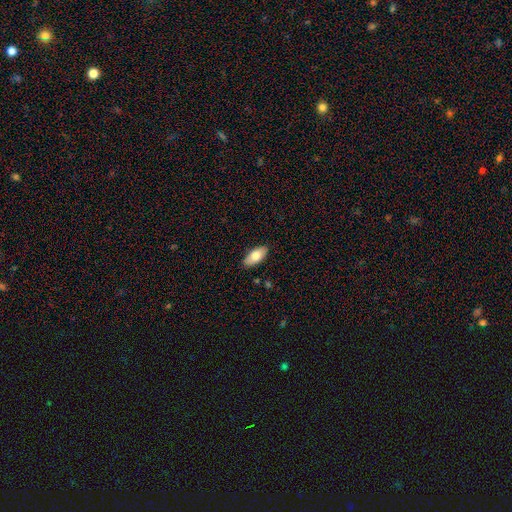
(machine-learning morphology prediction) This appears to be a smooth galaxy with no disk features (77%) that is in between round and cigar-shaped (91%). Merging: none (88%).